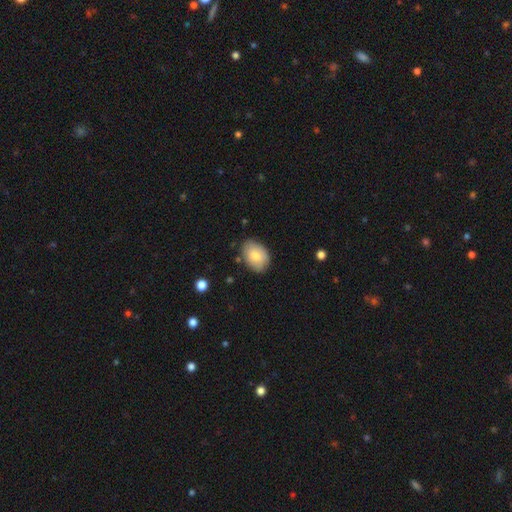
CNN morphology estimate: type=smooth (80%); roundness=in between (83%); merging=none (80%).